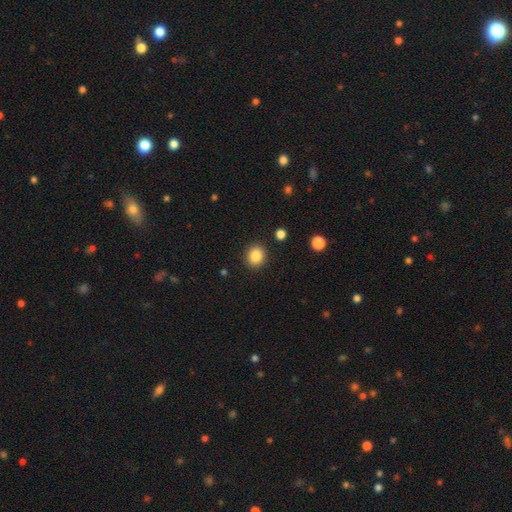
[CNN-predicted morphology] Q: Smooth or featured?
A: smooth (86%); runner-up: star or artifact (10%)
Q: How rounded?
A: round (75%); runner-up: in between (24%)
Q: Merging?
A: none (90%); runner-up: minor disturbance (6%)